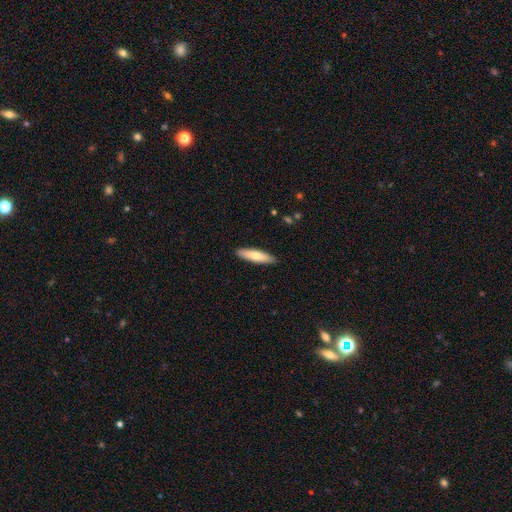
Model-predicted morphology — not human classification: Smooth or featured? smooth (72%)
How rounded? cigar-shaped (72%)
Merging? none (90%)